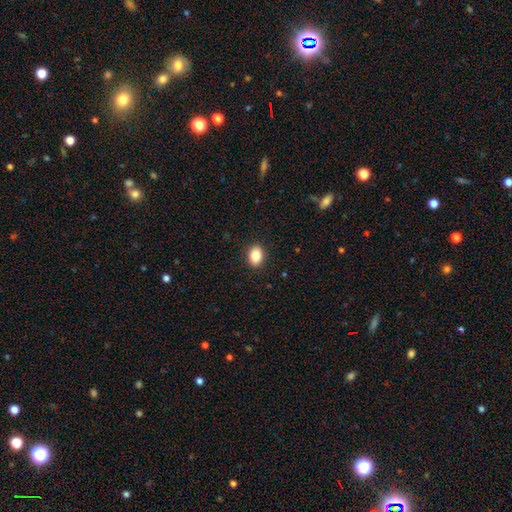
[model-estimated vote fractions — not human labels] smooth-or-featured: smooth: 85% | star or artifact: 9% | featured or disk: 6%
  how-rounded: in between: 74% | round: 25% | cigar-shaped: 1%
  merging: none: 90% | minor disturbance: 7% | major disturbance: 2% | merger: 1%